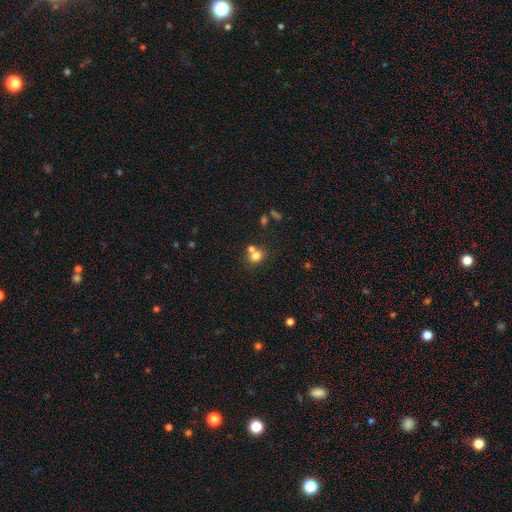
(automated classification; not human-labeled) smooth-or-featured: smooth: 76% | star or artifact: 14% | featured or disk: 10%
  how-rounded: round: 76% | in between: 23% | cigar-shaped: 1%
  merging: none: 49% | merger: 39% | minor disturbance: 9% | major disturbance: 4%